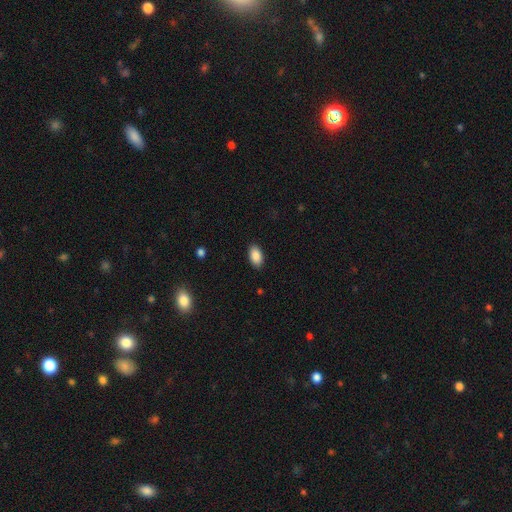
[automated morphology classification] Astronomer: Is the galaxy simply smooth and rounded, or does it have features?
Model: smooth — 89%.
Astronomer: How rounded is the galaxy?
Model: in between — 94%.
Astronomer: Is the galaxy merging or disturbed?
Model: none — 88%.